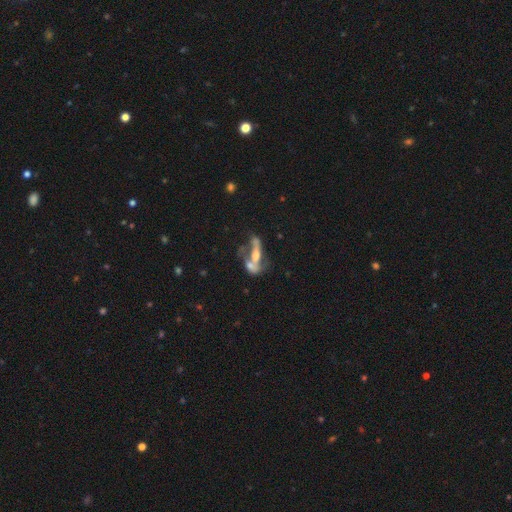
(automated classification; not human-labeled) Q: Smooth or featured?
A: featured or disk (63%); runner-up: smooth (25%)
Q: Edge-on disk?
A: no (64%); runner-up: yes (36%)
Q: Merging?
A: merger (54%); runner-up: none (23%)